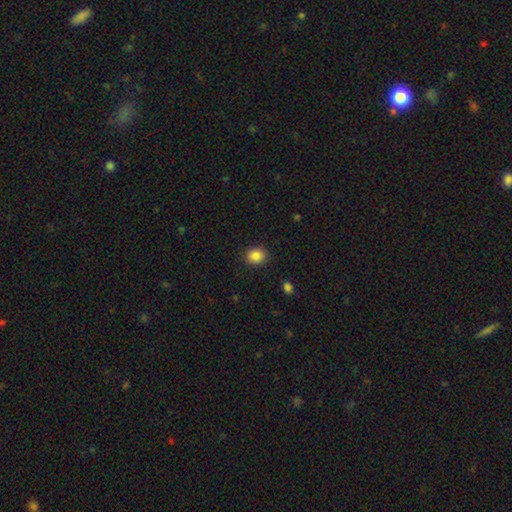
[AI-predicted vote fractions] A smooth galaxy with no disk features (86%) that is round (71%).

Vote fractions:
- Smooth or featured? smooth: 86% / star or artifact: 9% / featured or disk: 4%
- How rounded? round: 71% / in between: 28% / cigar-shaped: 1%
- Merging? none: 90% / minor disturbance: 7% / major disturbance: 2% / merger: 1%